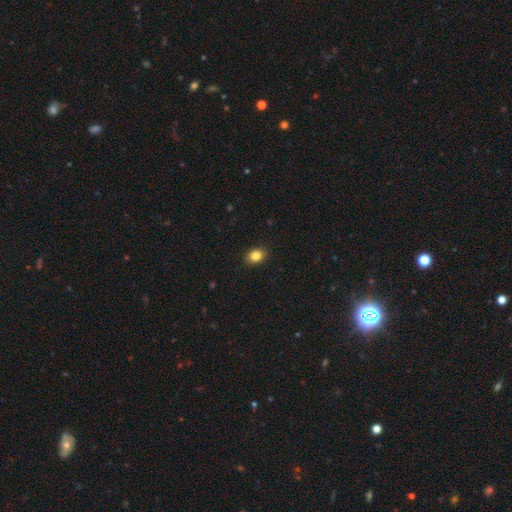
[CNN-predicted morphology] A smooth galaxy with no disk features (84%) that is in between round and cigar-shaped (63%).

Vote fractions:
- Smooth or featured? smooth: 84% / star or artifact: 10% / featured or disk: 6%
- How rounded? in between: 63% / round: 36% / cigar-shaped: 1%
- Merging? none: 90% / minor disturbance: 7% / major disturbance: 2% / merger: 1%